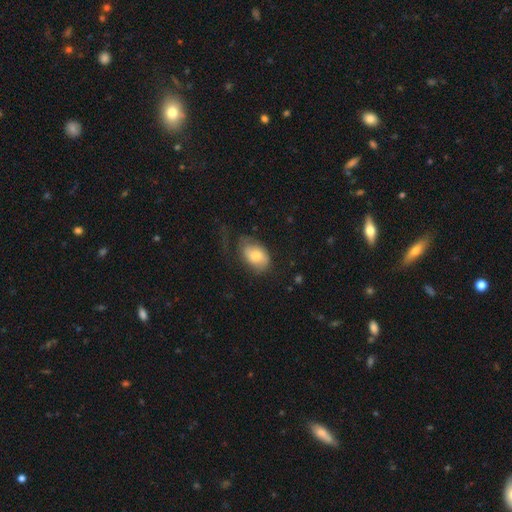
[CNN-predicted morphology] Smooth or featured?
  - smooth: 68% *
  - featured or disk: 26%
  - star or artifact: 7%
How rounded?
  - in between: 87% *
  - round: 12%
  - cigar-shaped: 1%
Merging?
  - none: 43% *
  - minor disturbance: 28%
  - major disturbance: 27%
  - merger: 2%